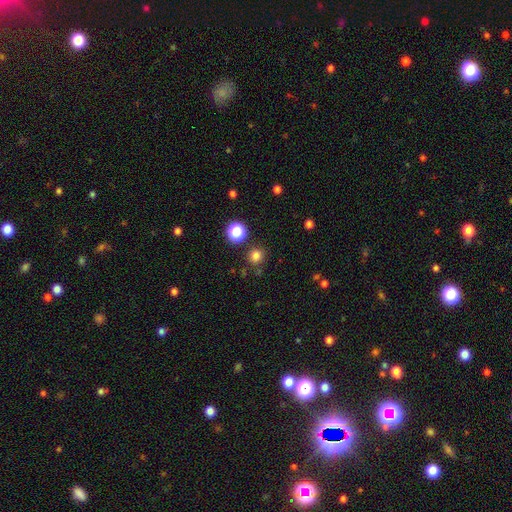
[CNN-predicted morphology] Q: Smooth or featured?
A: smooth (79%); runner-up: star or artifact (17%)
Q: How rounded?
A: round (90%); runner-up: in between (9%)
Q: Merging?
A: none (84%); runner-up: minor disturbance (8%)